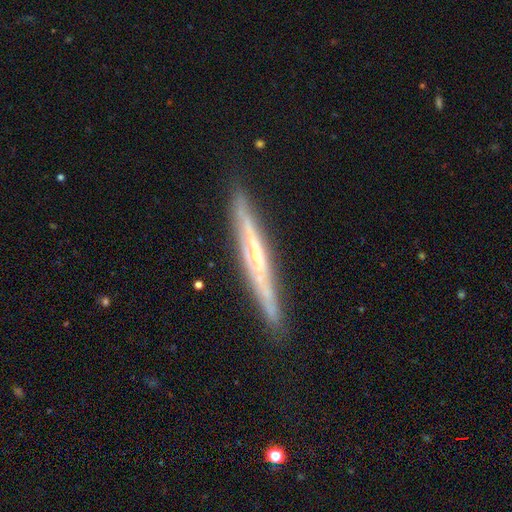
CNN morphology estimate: Smooth or featured? featured or disk (80%)
Edge-on disk? yes (94%)
Edge-on bulge? rounded (58%)
Merging? none (86%)